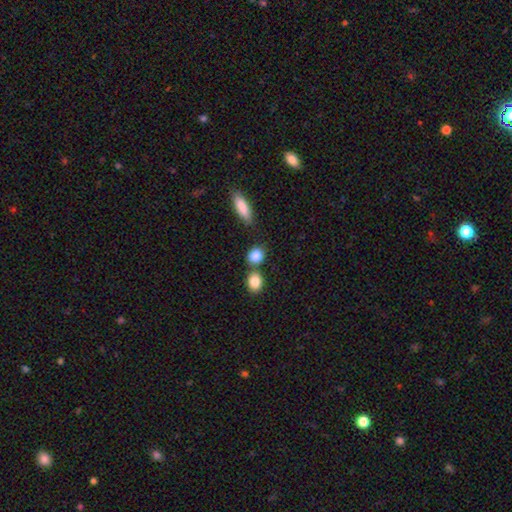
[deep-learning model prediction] A smooth galaxy with no disk features (85%) that is round (63%).

Vote fractions:
- Smooth or featured? smooth: 85% / star or artifact: 9% / featured or disk: 6%
- How rounded? round: 63% / in between: 34% / cigar-shaped: 3%
- Merging? none: 64% / merger: 23% / minor disturbance: 10% / major disturbance: 3%